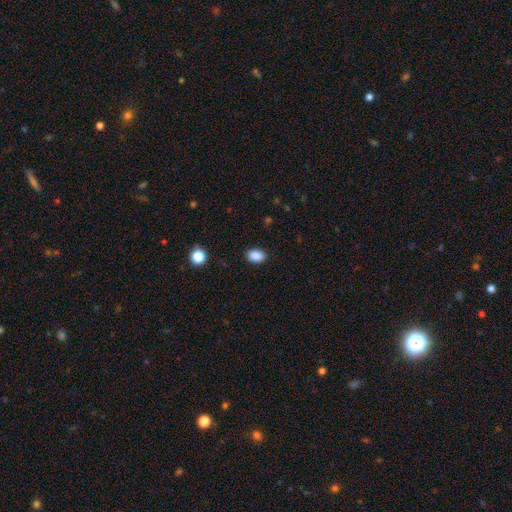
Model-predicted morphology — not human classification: smooth_or_featured: smooth (p=0.88) [alt: star or artifact p=0.09]
how_rounded: in between (p=0.81) [alt: round p=0.18]
merging: none (p=0.88) [alt: minor disturbance p=0.09]